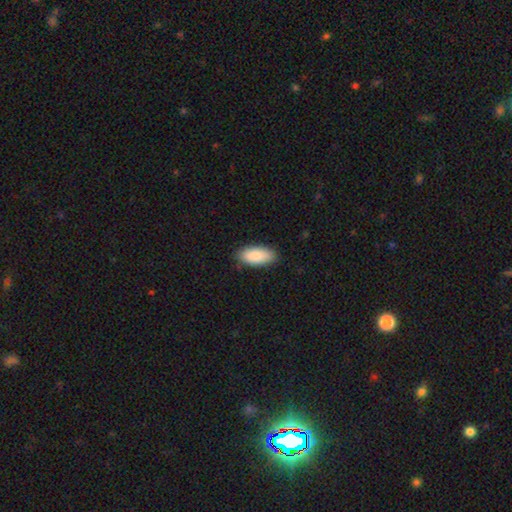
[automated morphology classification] Overall: smooth (89%). How rounded: in between (89%). Merging: none (86%).